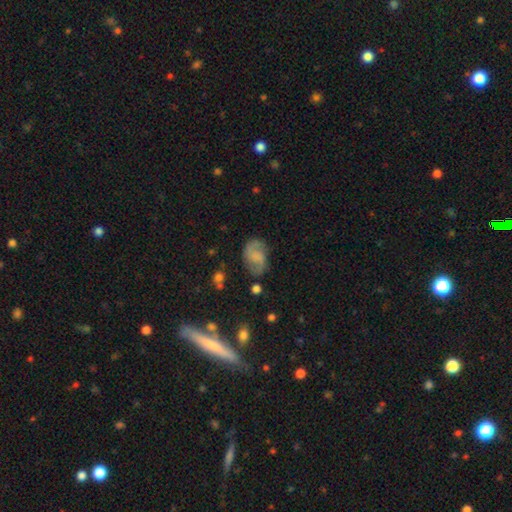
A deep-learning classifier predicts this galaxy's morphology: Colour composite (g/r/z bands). It shows a featured or disk galaxy (59%) with no bar (51%), 2 (88%) medium (44%) spiral arms (90%) and no central bulge (54%). Merging: none (70%).